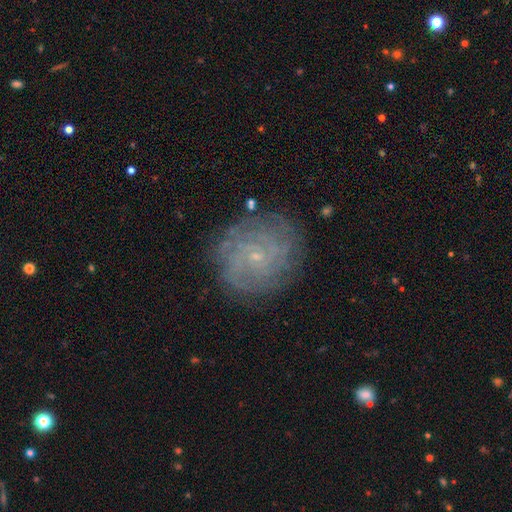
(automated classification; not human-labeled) Overall: featured or disk (71%). Edge-on disk: no (97%). Bar: no (80%). Spiral arms: yes (88%). Spiral arm count: can't tell (45%; 4 15%). Spiral winding: tight (70%). Bulge size: small (87%). Merging: none (81%).